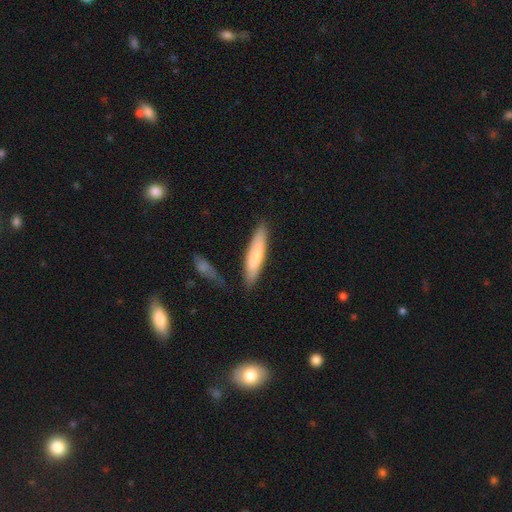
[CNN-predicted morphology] Overall: smooth (72%). How rounded: cigar-shaped (82%). Merging: none (81%).